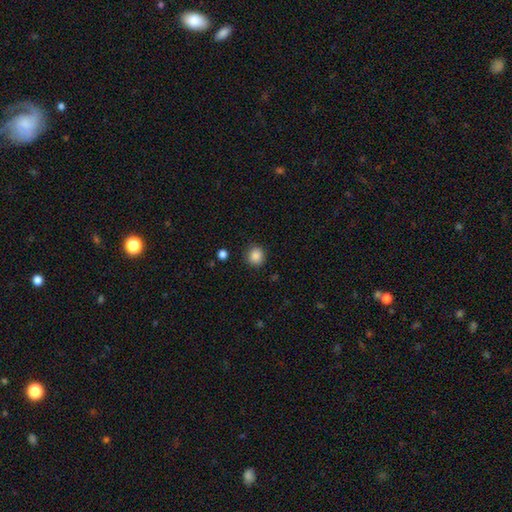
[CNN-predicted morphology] A smooth galaxy with no disk features (87%) that is round (90%).

Vote fractions:
- Smooth or featured? smooth: 87% / star or artifact: 10% / featured or disk: 3%
- How rounded? round: 90% / in between: 9% / cigar-shaped: 1%
- Merging? none: 89% / minor disturbance: 7% / major disturbance: 2% / merger: 1%